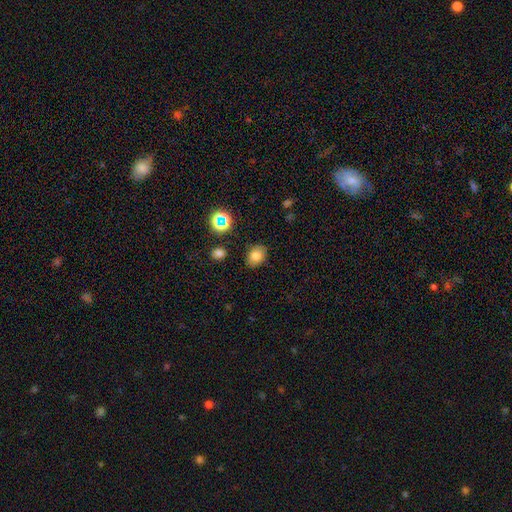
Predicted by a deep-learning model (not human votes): Q: Smooth or featured?
A: smooth (77%); runner-up: star or artifact (14%)
Q: How rounded?
A: in between (66%); runner-up: round (34%)
Q: Merging?
A: none (83%); runner-up: minor disturbance (11%)